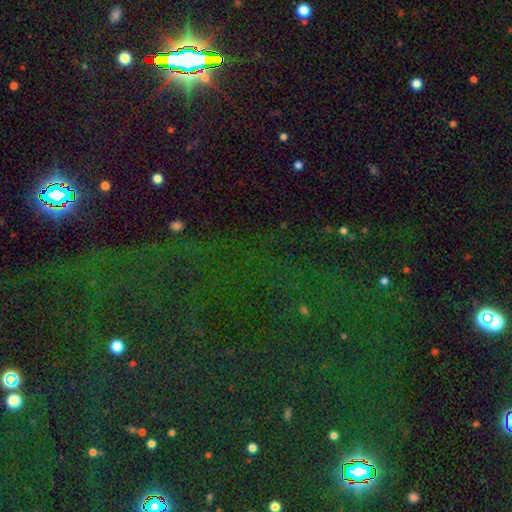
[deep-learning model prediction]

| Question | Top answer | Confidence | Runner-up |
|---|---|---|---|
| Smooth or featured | star or artifact | 82% | smooth (10%) |